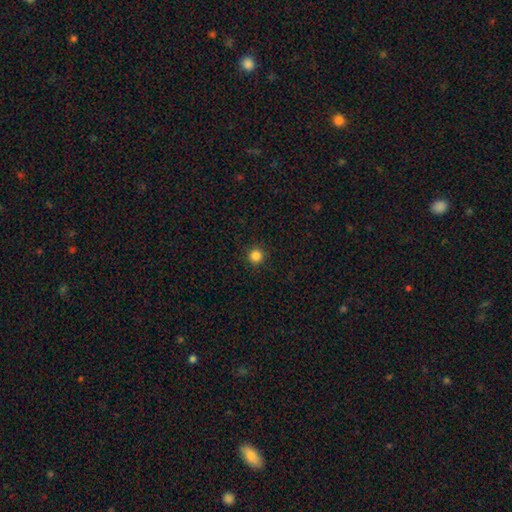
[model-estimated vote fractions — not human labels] smooth_or_featured: smooth (p=0.85) [alt: star or artifact p=0.11]
how_rounded: round (p=0.96) [alt: in between p=0.03]
merging: none (p=0.92) [alt: minor disturbance p=0.05]